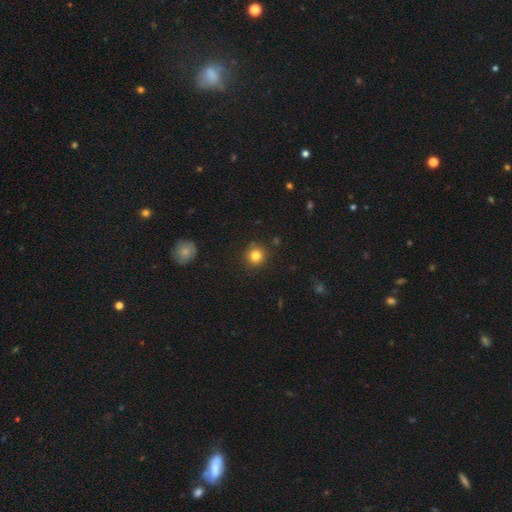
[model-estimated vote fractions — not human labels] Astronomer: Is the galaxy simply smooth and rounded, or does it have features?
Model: smooth — 82%.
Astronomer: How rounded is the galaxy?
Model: round — 93%.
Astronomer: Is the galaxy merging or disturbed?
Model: none — 89%.